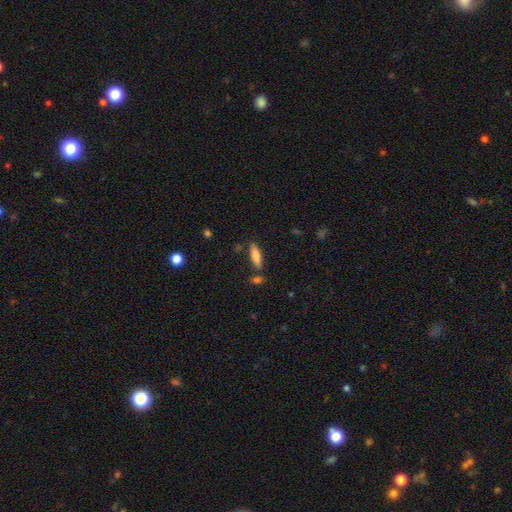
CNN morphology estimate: Smooth or featured? Predicted: smooth (p=0.75). How rounded? Predicted: cigar-shaped (p=0.52). Merging? Predicted: none (p=0.77).